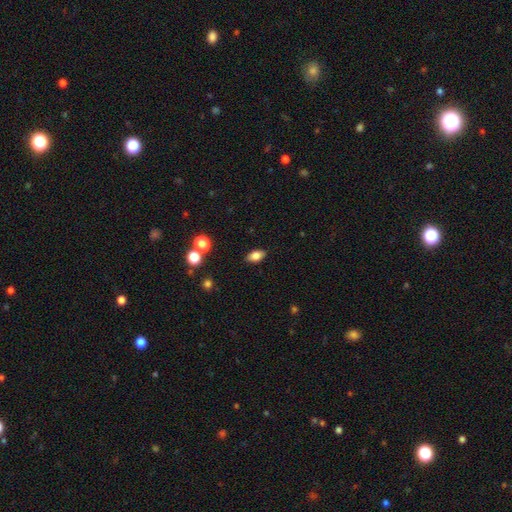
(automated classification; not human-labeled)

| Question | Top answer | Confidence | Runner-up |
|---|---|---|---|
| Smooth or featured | smooth | 77% | featured or disk (13%) |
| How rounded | in between | 87% | round (7%) |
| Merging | none | 87% | minor disturbance (9%) |